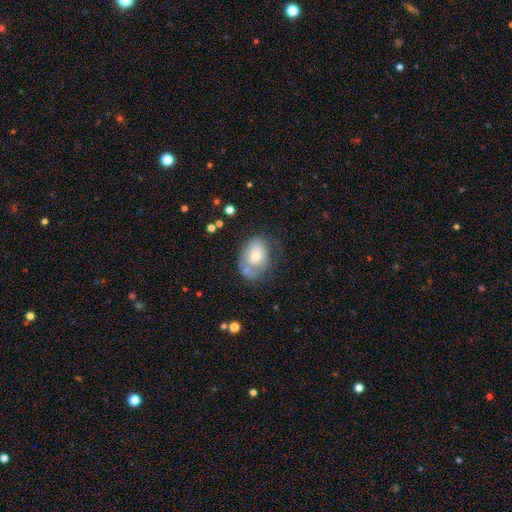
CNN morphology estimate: A smooth galaxy with no disk features (60%) that is in between round and cigar-shaped (70%). Merging: none (43%).